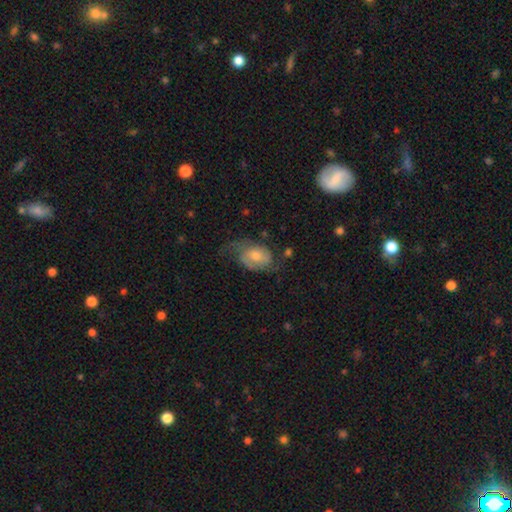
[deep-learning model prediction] A featured or disk galaxy (64%) with no bar (67%), 2 (69%) medium (42%) spiral arms (85%) and a moderate central bulge (55%).

Vote fractions:
- Smooth or featured? featured or disk: 64% / smooth: 28% / star or artifact: 8%
- Edge-on disk? no: 96% / yes: 4%
- Bar? no: 67% / weak: 28% / strong: 5%
- Spiral arms? yes: 85% / no: 15%
- Spiral winding? medium: 42% / loose: 29% / tight: 29%
- Spiral arm count? 2: 69% / can't tell: 14% / 1: 11% / 3: 3% / 4: 1% / more than 4: 1%
- Bulge size? moderate: 55% / small: 34% / large: 6% / none: 3% / dominant: 1%
- Merging? none: 50% / minor disturbance: 26% / major disturbance: 22% / merger: 2%